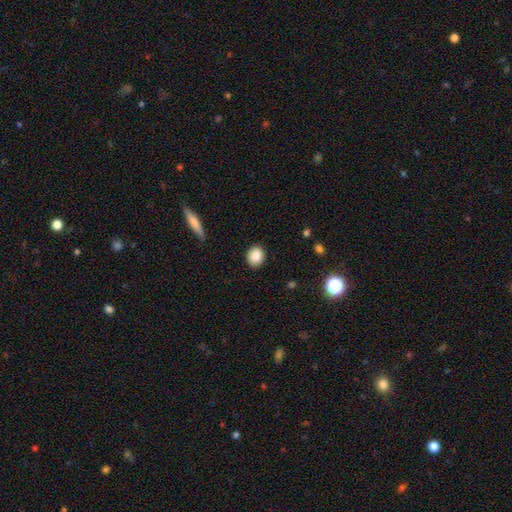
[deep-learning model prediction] Smooth or featured?
  - smooth: 88% *
  - star or artifact: 8%
  - featured or disk: 4%
How rounded?
  - round: 73% *
  - in between: 26%
  - cigar-shaped: 1%
Merging?
  - none: 90% *
  - minor disturbance: 7%
  - major disturbance: 2%
  - merger: 1%